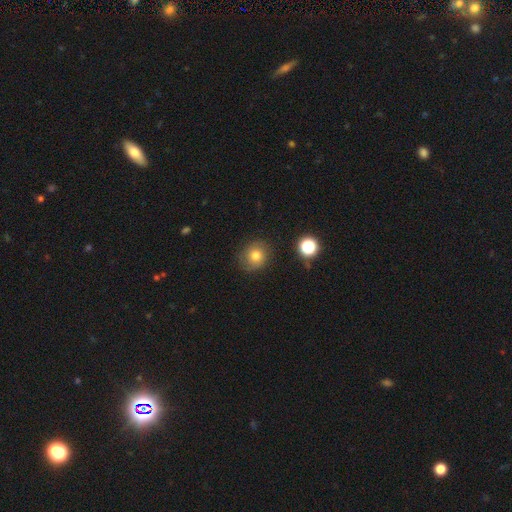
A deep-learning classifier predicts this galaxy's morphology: A smooth galaxy with no disk features (75%) that is round (82%).

Vote fractions:
- Smooth or featured? smooth: 75% / star or artifact: 13% / featured or disk: 11%
- How rounded? round: 82% / in between: 17% / cigar-shaped: 1%
- Merging? none: 82% / minor disturbance: 12% / major disturbance: 4% / merger: 2%